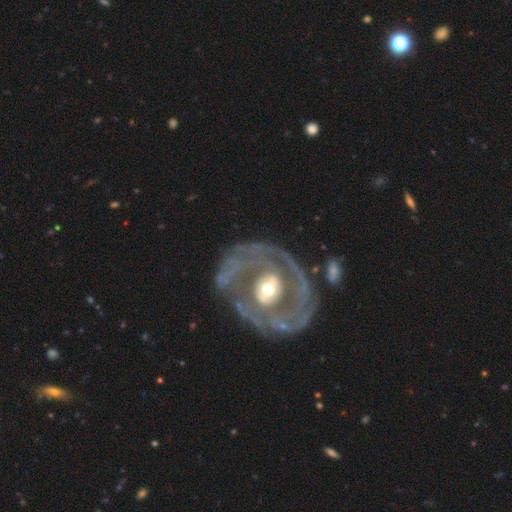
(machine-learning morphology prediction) The model was most divided on "spiral arm count": 2: 45%, can't tell: 25%, 3: 12%, 1: 8%, 4: 5%, more than 4: 5%. More confident: edge-on disk — no (96%); smooth or featured — featured or disk (85%); spiral arms — yes (79%); merging — none (68%); spiral winding — tight (62%); bar — no (61%); bulge size — moderate (58%).